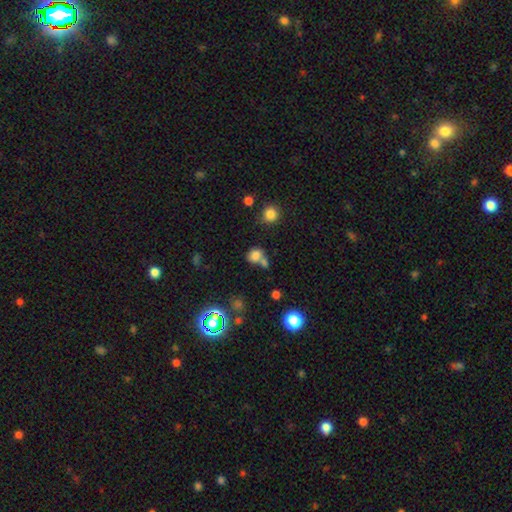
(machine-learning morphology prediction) smooth_or_featured: smooth (p=0.75) [alt: star or artifact p=0.16]
how_rounded: round (p=0.65) [alt: in between p=0.33]
merging: none (p=0.43) [alt: merger p=0.40]